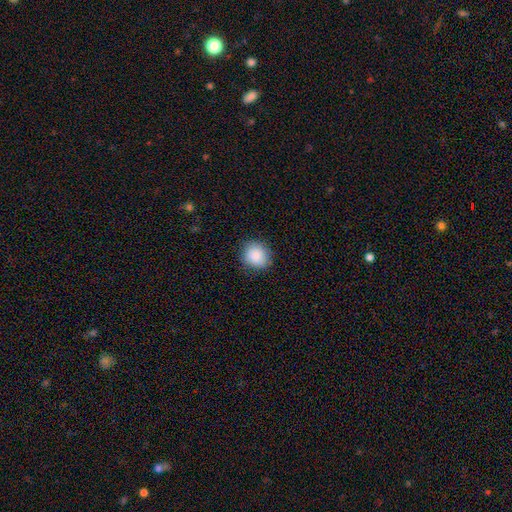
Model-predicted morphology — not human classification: The model was most divided on "how rounded": round: 86%, in between: 13%, cigar-shaped: 1%. More confident: smooth or featured — smooth (89%); merging — none (87%).